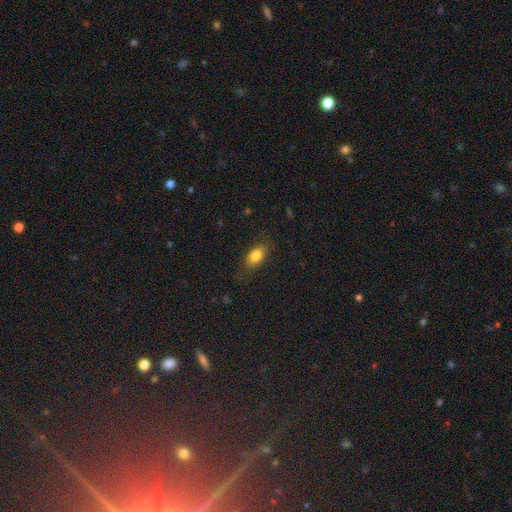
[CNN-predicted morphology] Overall: smooth (80%). How rounded: in between (82%). Merging: none (78%).